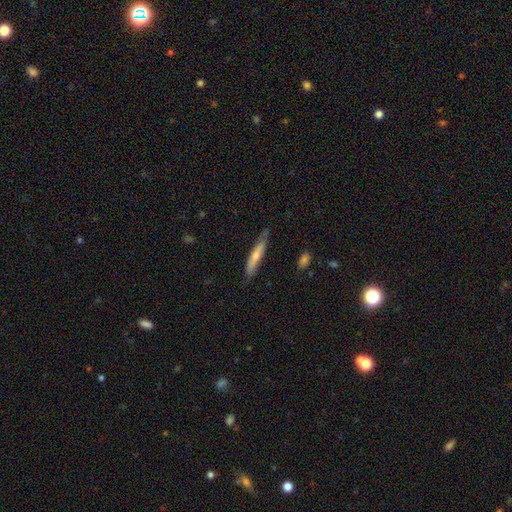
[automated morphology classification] Smooth or featured? featured or disk (57%)
Edge-on disk? yes (89%)
Edge-on bulge? rounded (74%)
Merging? none (83%)